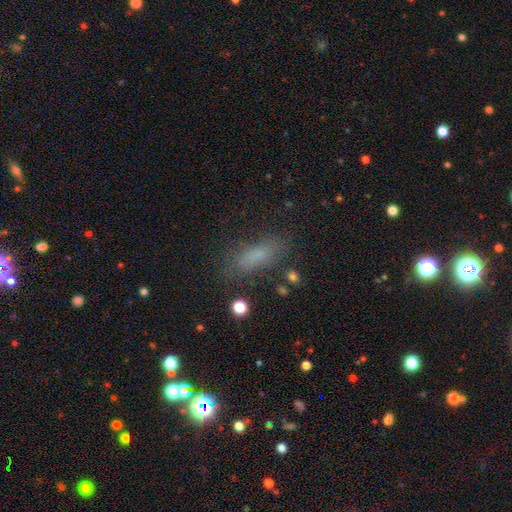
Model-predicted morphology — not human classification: Smooth or featured? smooth (75%)
How rounded? in between (60%)
Merging? none (76%)